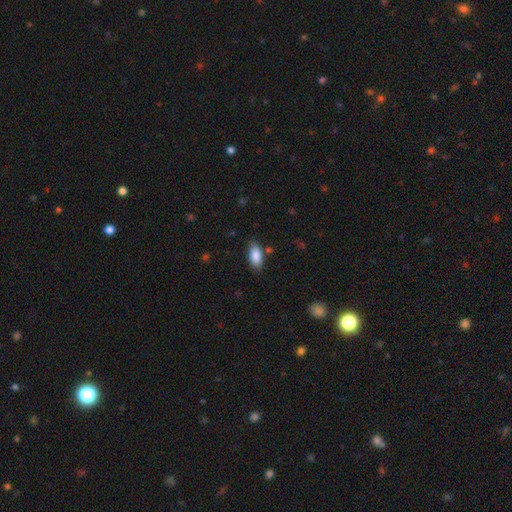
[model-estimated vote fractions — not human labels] Smooth or featured? Predicted: smooth (p=0.87). How rounded? Predicted: in between (p=0.90). Merging? Predicted: none (p=0.81).